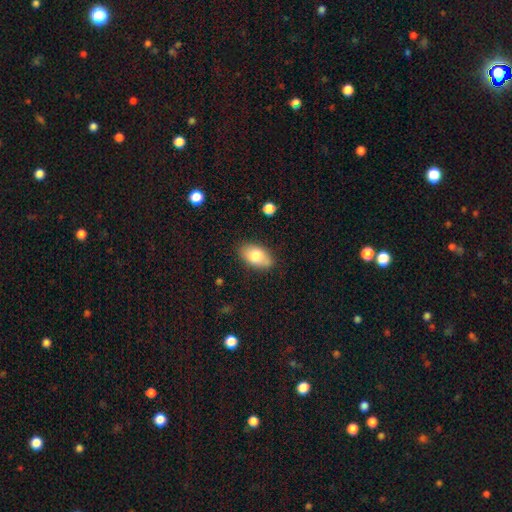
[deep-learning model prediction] This is likely a smooth galaxy (78%). How rounded: clearly in between (92%). Merging: clearly none (80%).